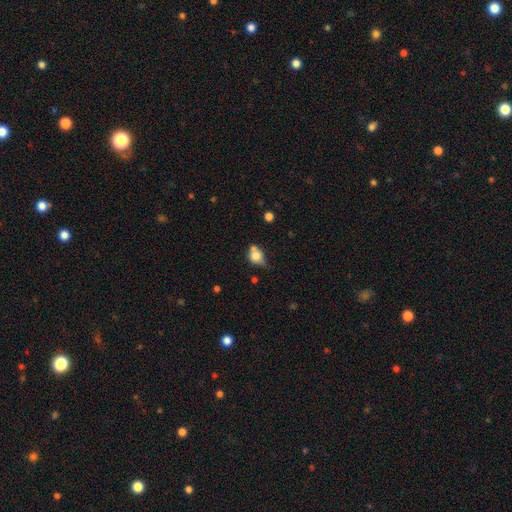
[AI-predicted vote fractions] This is likely a smooth galaxy (74%). How rounded: possibly round (53%). Merging: marginally none (40%).